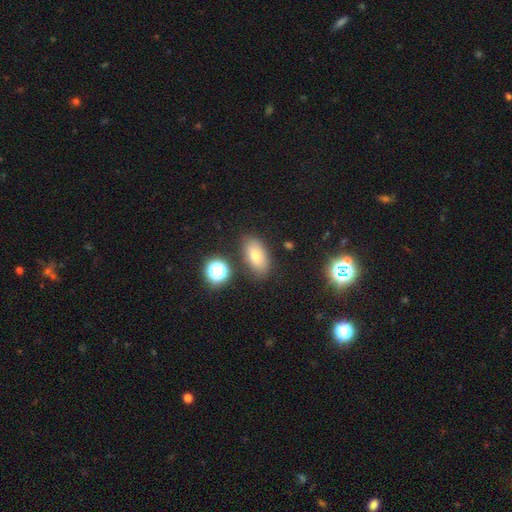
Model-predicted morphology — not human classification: This is likely a smooth galaxy (72%). How rounded: clearly in between (89%). Merging: clearly none (81%).